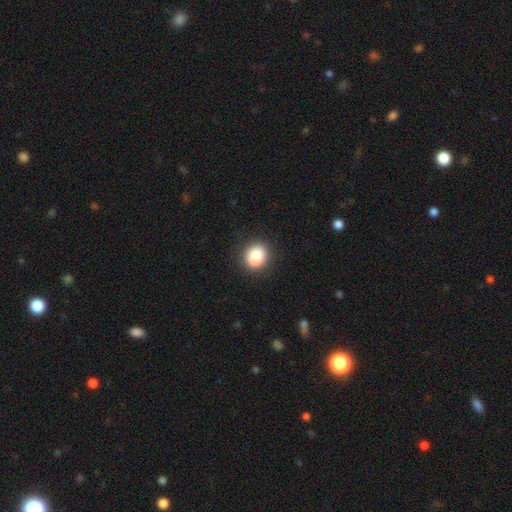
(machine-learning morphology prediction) smooth-or-featured: smooth: 86% | star or artifact: 9% | featured or disk: 5%
  how-rounded: round: 72% | in between: 27% | cigar-shaped: 1%
  merging: none: 88% | minor disturbance: 8% | major disturbance: 2% | merger: 1%